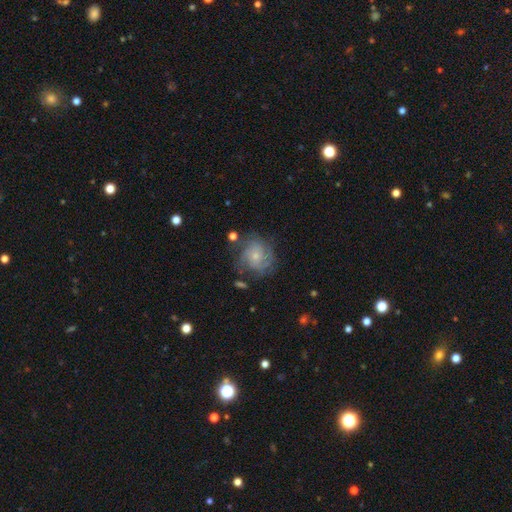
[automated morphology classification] This is likely a featured or disk galaxy (68%). It is clearly not viewed edge-on (98%). Bar: likely no (79%). Spiral arm pattern: clearly yes (86%). Spiral arm count: marginally can't tell (41%). Spiral winding: possibly tight (57%). Central bulge: likely small (67%). Merging: likely none (64%).